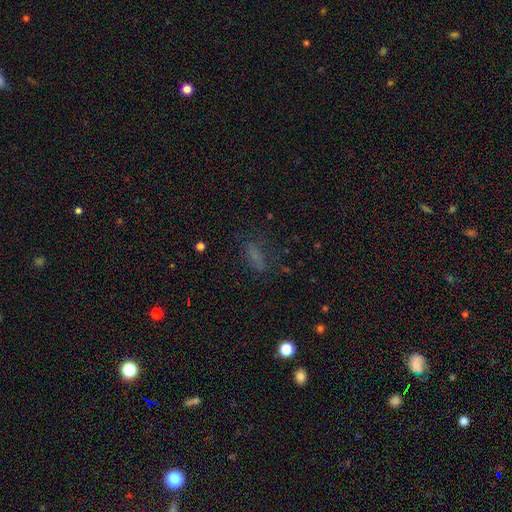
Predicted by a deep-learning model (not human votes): Q: Smooth or featured?
A: smooth (58%); runner-up: star or artifact (24%)
Q: How rounded?
A: in between (65%); runner-up: cigar-shaped (28%)
Q: Merging?
A: none (60%); runner-up: minor disturbance (20%)